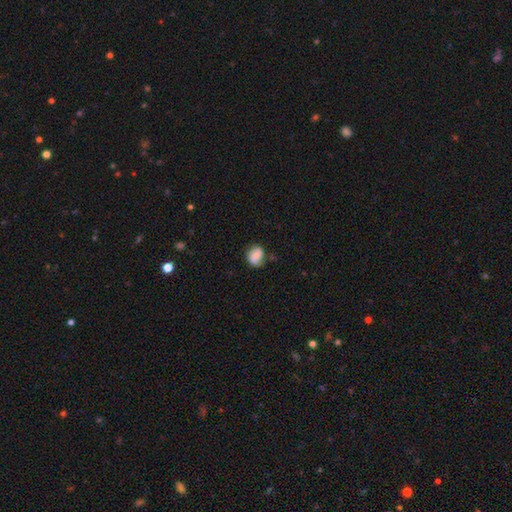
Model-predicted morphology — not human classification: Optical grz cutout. It shows a smooth galaxy with no disk features (56%) that is round (63%). Merging: none (62%).